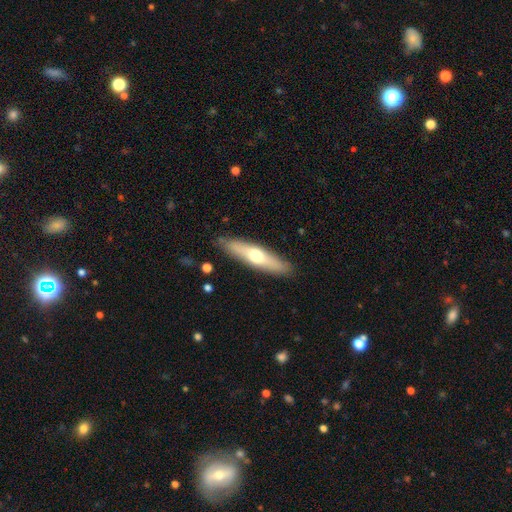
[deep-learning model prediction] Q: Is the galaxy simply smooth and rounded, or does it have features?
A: smooth — 53%.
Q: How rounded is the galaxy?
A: cigar-shaped — 78%.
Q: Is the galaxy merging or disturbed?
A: none — 87%.